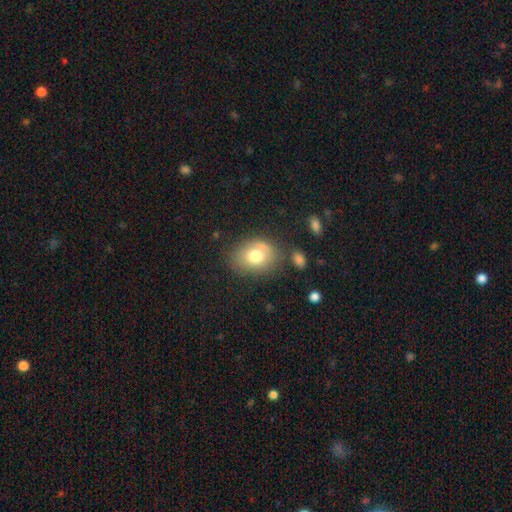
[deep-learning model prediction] smooth-or-featured: smooth: 73% | featured or disk: 18% | star or artifact: 9%
  how-rounded: in between: 67% | round: 32% | cigar-shaped: 1%
  merging: none: 65% | minor disturbance: 21% | major disturbance: 7% | merger: 6%